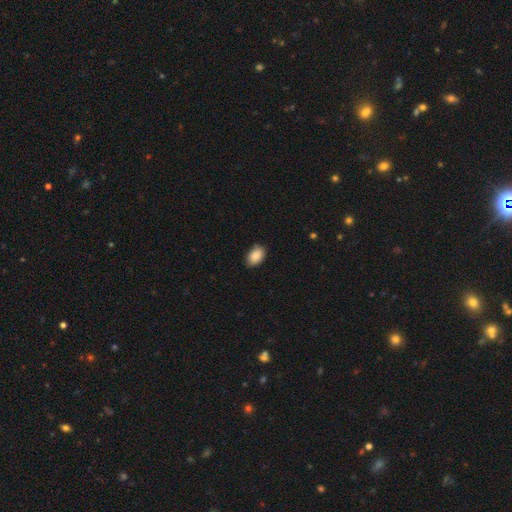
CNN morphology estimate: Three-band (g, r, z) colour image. It shows a smooth galaxy with no disk features (89%) that is in between round and cigar-shaped (89%). Merging: none (84%).